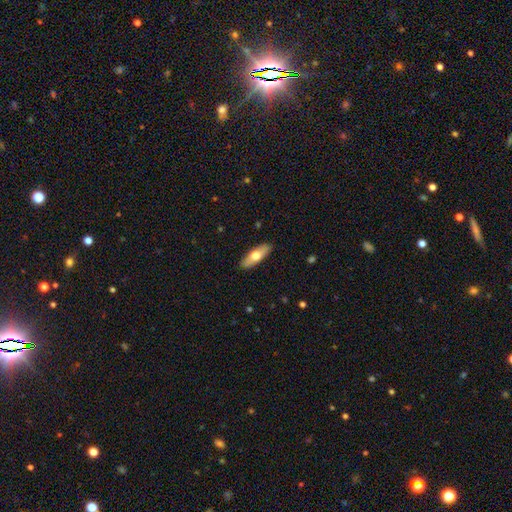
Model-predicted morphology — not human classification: The model was most divided on "how rounded": in between: 62%, cigar-shaped: 36%, round: 2%. More confident: merging — none (89%); smooth or featured — smooth (63%).